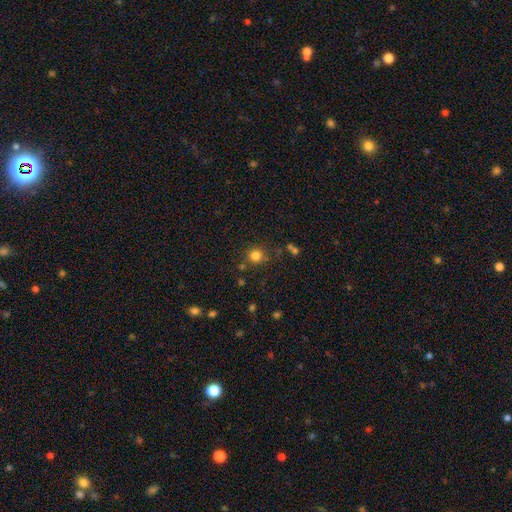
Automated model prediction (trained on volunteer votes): Smooth or featured? Predicted: smooth (p=0.81). How rounded? Predicted: round (p=0.91). Merging? Predicted: none (p=0.80).